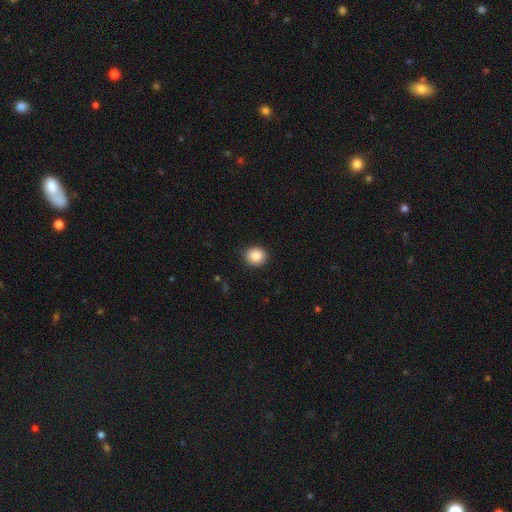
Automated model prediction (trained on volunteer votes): Smooth or featured? smooth (87%)
How rounded? round (77%)
Merging? none (90%)